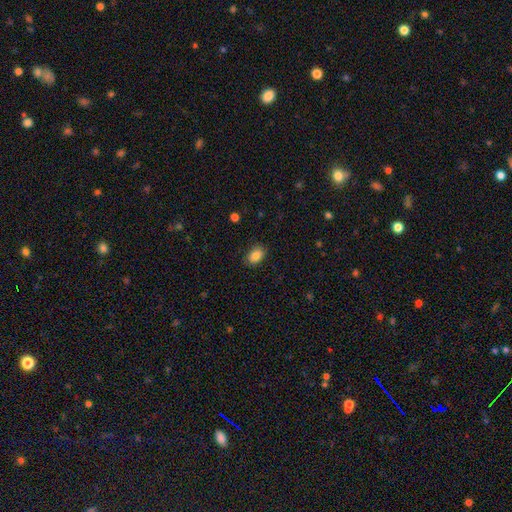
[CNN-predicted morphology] The model was most divided on "how rounded": in between: 82%, round: 17%, cigar-shaped: 1%. More confident: smooth or featured — smooth (86%); merging — none (85%).